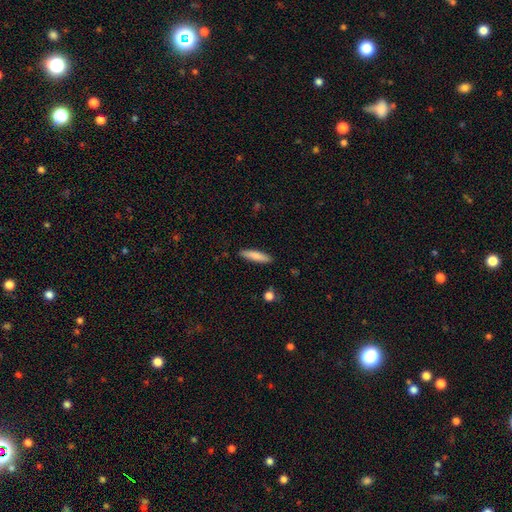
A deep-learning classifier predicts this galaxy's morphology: The model was most divided on "how rounded": cigar-shaped: 81%, in between: 18%, round: 1%. More confident: merging — none (89%); smooth or featured — smooth (82%).